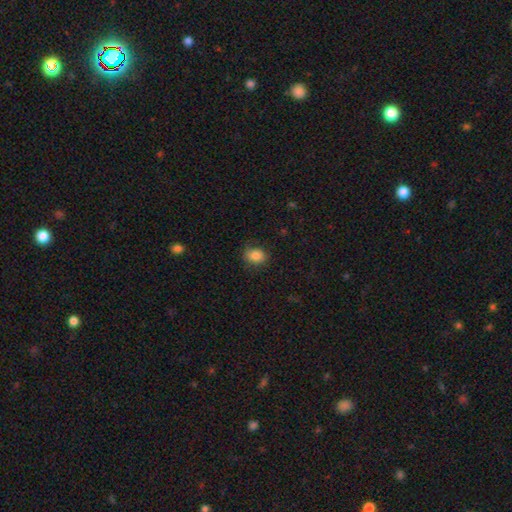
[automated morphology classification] Smooth or featured? Predicted: smooth (p=0.83). How rounded? Predicted: in between (p=0.55). Merging? Predicted: none (p=0.82).